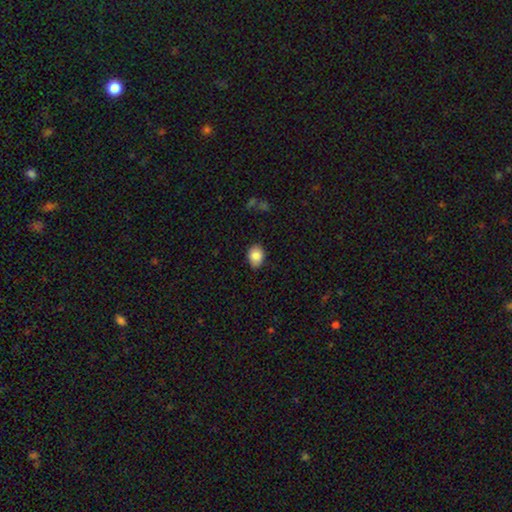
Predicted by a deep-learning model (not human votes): Overall: smooth (86%). How rounded: in between (65%; round 34%). Merging: none (77%).